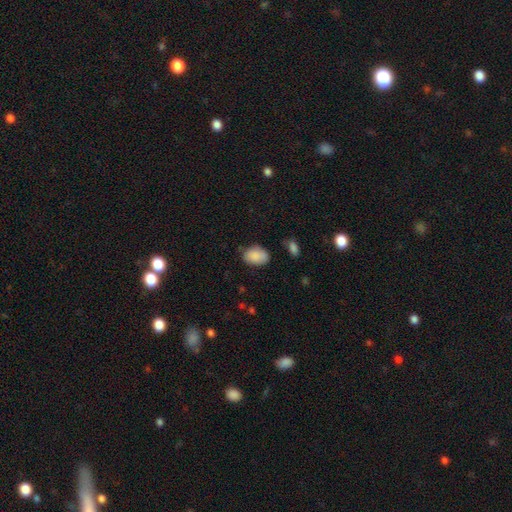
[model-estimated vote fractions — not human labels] Q: Smooth or featured?
A: smooth (88%); runner-up: star or artifact (7%)
Q: How rounded?
A: in between (83%); runner-up: round (16%)
Q: Merging?
A: none (73%); runner-up: minor disturbance (21%)